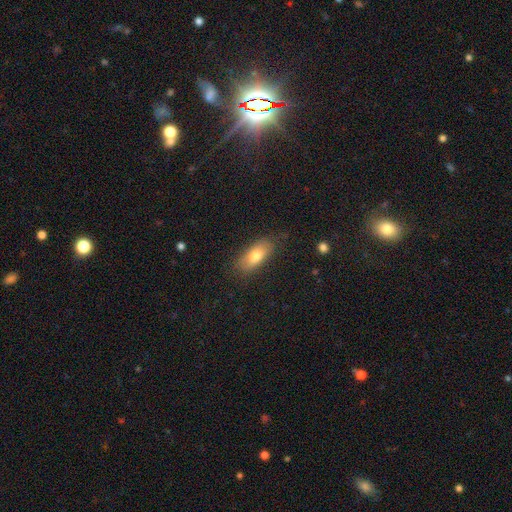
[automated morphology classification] Q: Smooth or featured?
A: smooth (75%); runner-up: featured or disk (17%)
Q: How rounded?
A: in between (81%); runner-up: cigar-shaped (15%)
Q: Merging?
A: none (79%); runner-up: minor disturbance (16%)